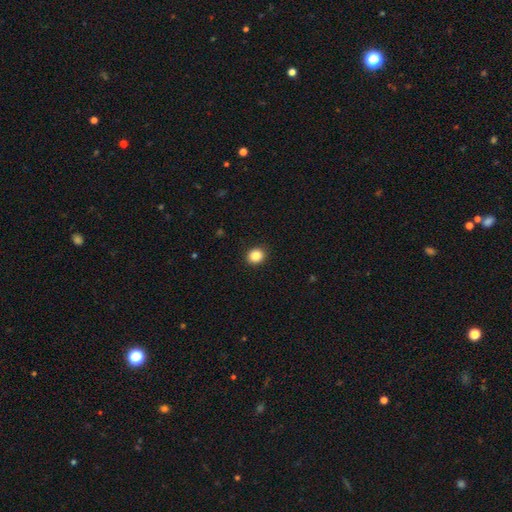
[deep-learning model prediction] Q: Smooth or featured?
A: smooth (87%); runner-up: star or artifact (10%)
Q: How rounded?
A: round (76%); runner-up: in between (23%)
Q: Merging?
A: none (92%); runner-up: minor disturbance (5%)